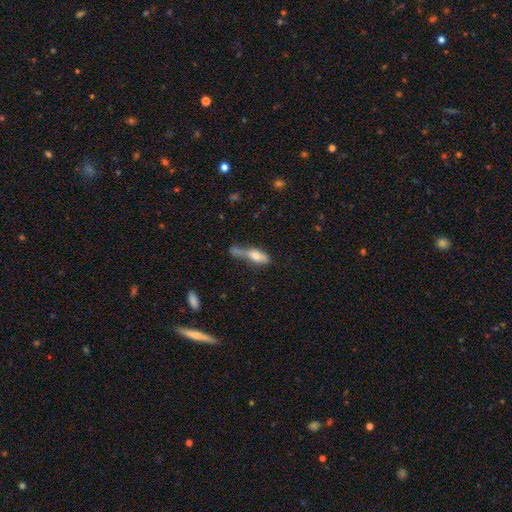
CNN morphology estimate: A smooth galaxy with no disk features (62%) that is in between round and cigar-shaped (48%). Merging: major disturbance (27%).